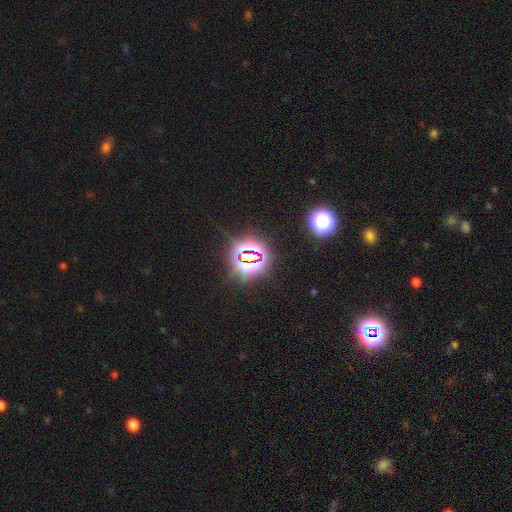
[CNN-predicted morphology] A star or artifact, not a galaxy (78%).